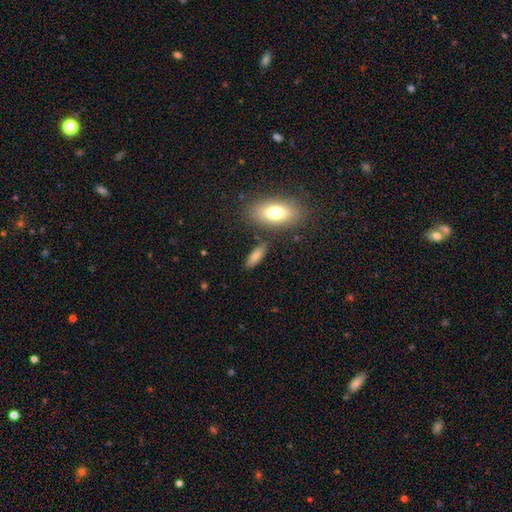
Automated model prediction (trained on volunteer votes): Morphology: type=smooth (79%); roundness=in between (65%); merging=none (81%).